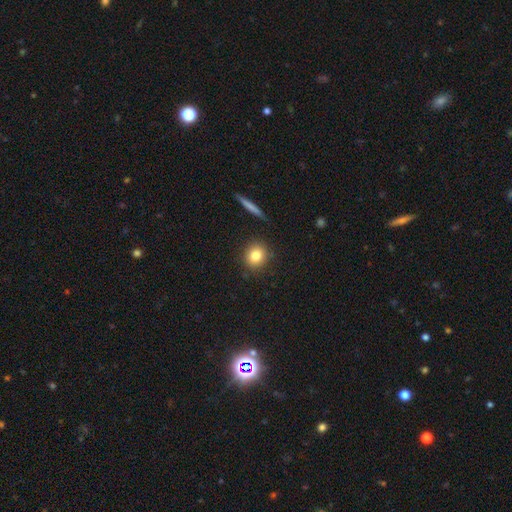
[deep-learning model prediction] Q: Smooth or featured?
A: smooth (82%); runner-up: star or artifact (10%)
Q: How rounded?
A: round (81%); runner-up: in between (17%)
Q: Merging?
A: none (87%); runner-up: minor disturbance (8%)